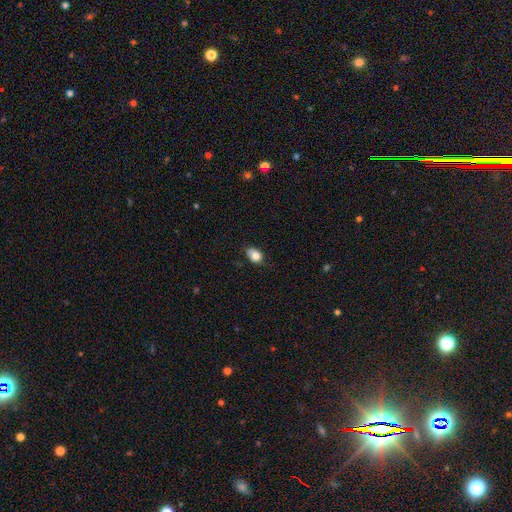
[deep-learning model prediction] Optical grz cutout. It shows a smooth galaxy with no disk features (83%) that is in between round and cigar-shaped (76%). Merging: none (64%).